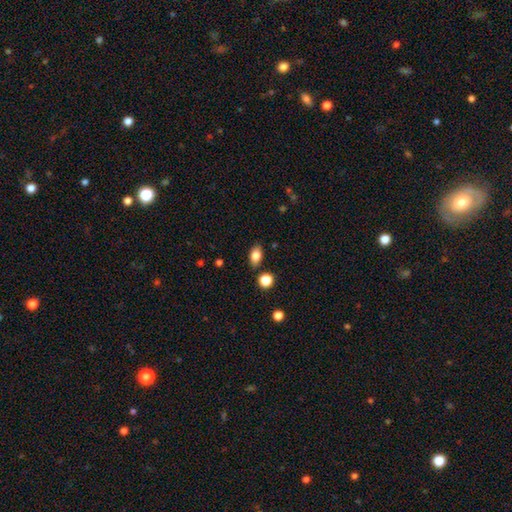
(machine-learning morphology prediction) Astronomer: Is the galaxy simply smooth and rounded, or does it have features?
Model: smooth — 81%.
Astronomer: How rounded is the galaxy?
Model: in between — 83%.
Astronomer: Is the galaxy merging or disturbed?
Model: none — 83%.